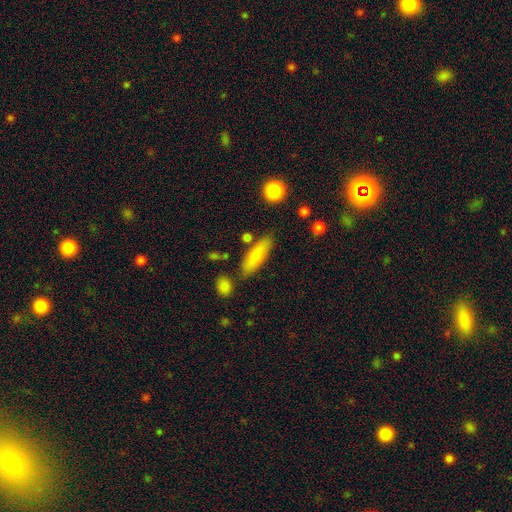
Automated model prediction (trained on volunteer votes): smooth 75%, featured or disk 18%, star or artifact 7%. Down the decision tree: how rounded — in between (49%, tied with cigar-shaped); merging — none (78%).